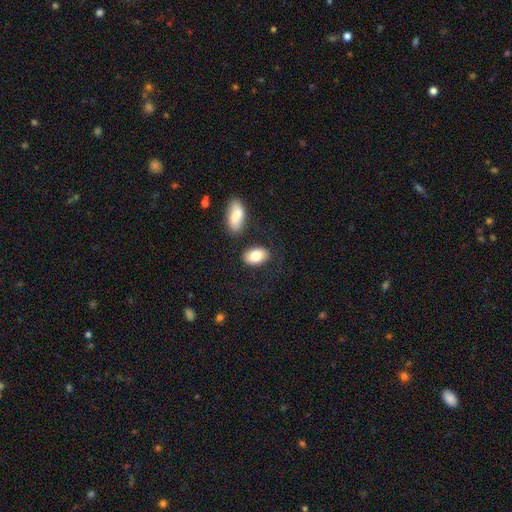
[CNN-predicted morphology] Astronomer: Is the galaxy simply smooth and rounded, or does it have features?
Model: smooth — 82%.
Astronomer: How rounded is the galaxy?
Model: in between — 88%.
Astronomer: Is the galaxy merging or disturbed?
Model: none — 74%.